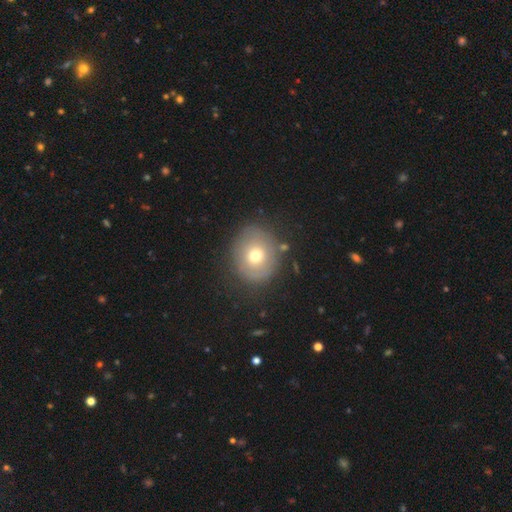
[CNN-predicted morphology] type=smooth (64%); roundness=round (76%); merging=none (79%).